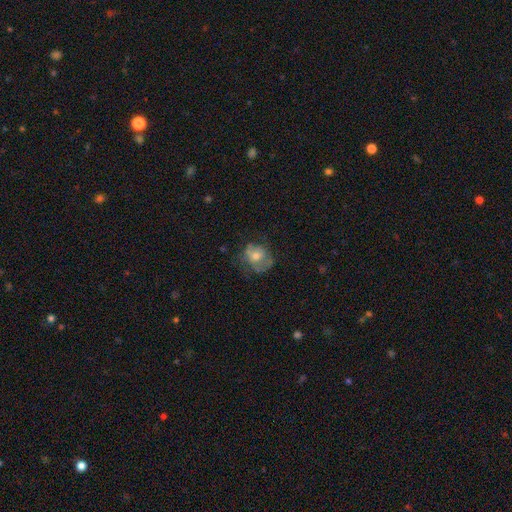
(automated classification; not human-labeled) A smooth galaxy with no disk features (51%) that is round (63%).

Vote fractions:
- Smooth or featured? smooth: 51% / featured or disk: 38% / star or artifact: 11%
- How rounded? round: 63% / in between: 36% / cigar-shaped: 1%
- Merging? none: 54% / minor disturbance: 26% / major disturbance: 19% / merger: 2%